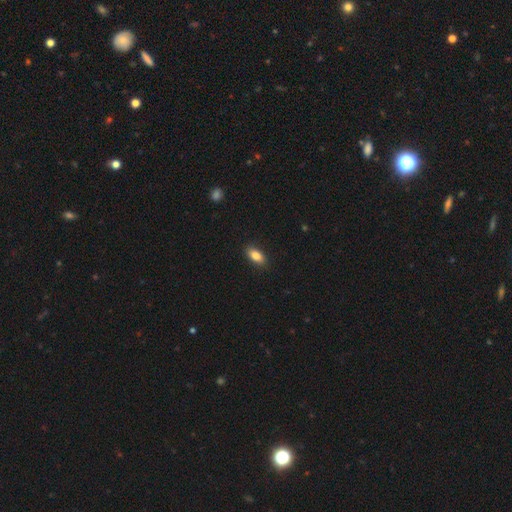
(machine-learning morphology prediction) Smooth or featured?
  - smooth: 83% *
  - featured or disk: 9%
  - star or artifact: 7%
How rounded?
  - in between: 87% *
  - cigar-shaped: 9%
  - round: 4%
Merging?
  - none: 89% *
  - minor disturbance: 8%
  - major disturbance: 2%
  - merger: 1%